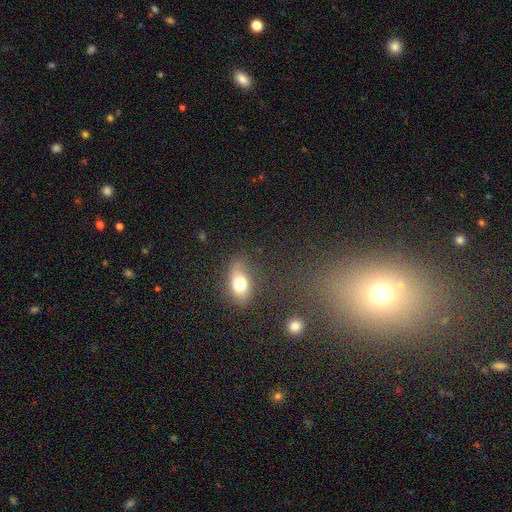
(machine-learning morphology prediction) Smooth or featured: smooth — 48% (star or artifact — 32%)
Merging: none — 67% (minor disturbance — 14%)